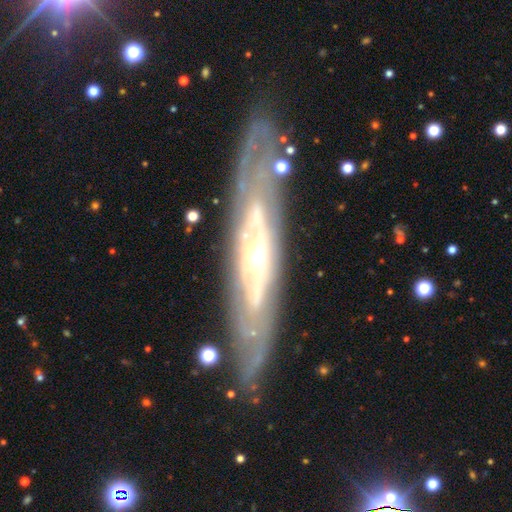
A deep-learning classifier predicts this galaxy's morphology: type=featured or disk (84%); edge-on=no (63%); bar=no (71%); spiral arms=yes (70%); bulge=moderate (57%); merging=none (81%).